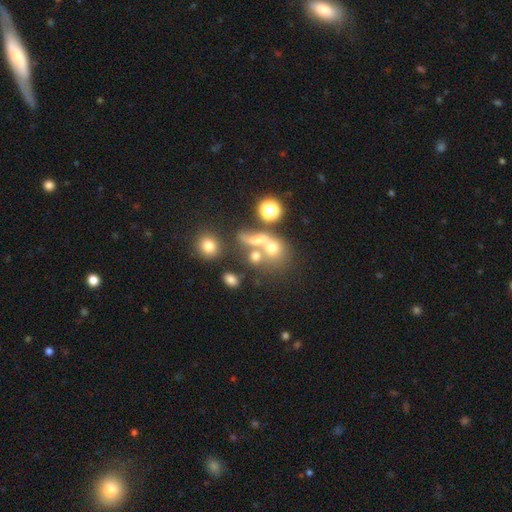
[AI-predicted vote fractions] Smooth or featured? smooth (57%)
How rounded? round (62%)
Merging? merger (52%)